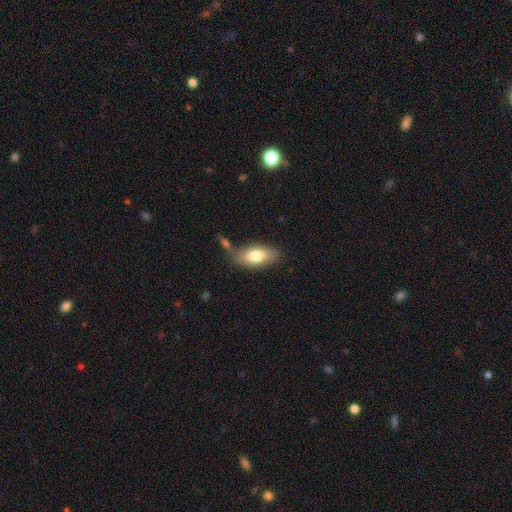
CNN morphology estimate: This appears to be a smooth galaxy with no disk features (76%) that is in between round and cigar-shaped (89%). Merging: none (66%).